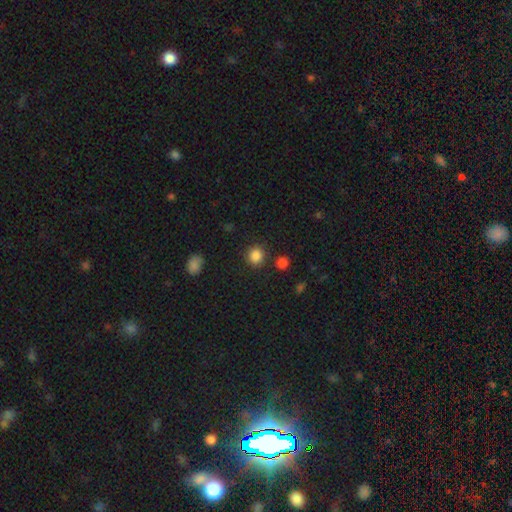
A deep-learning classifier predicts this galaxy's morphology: smooth_or_featured: smooth (p=0.85) [alt: star or artifact p=0.11]
how_rounded: round (p=0.88) [alt: in between p=0.11]
merging: none (p=0.86) [alt: minor disturbance p=0.07]